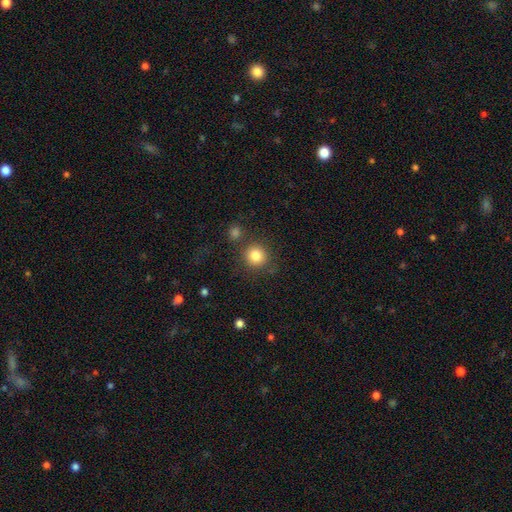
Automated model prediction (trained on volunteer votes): smooth_or_featured: smooth (p=0.83) [alt: star or artifact p=0.11]
how_rounded: round (p=0.90) [alt: in between p=0.09]
merging: none (p=0.77) [alt: minor disturbance p=0.10]